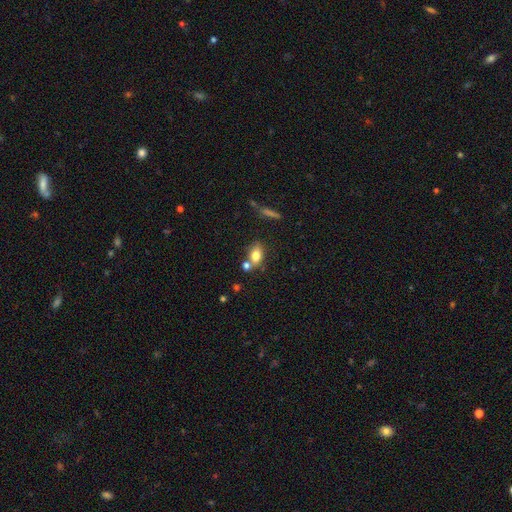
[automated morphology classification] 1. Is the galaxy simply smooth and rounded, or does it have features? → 77% smooth, 14% featured or disk, 9% star or artifact.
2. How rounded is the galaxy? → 79% in between, 17% round, 4% cigar-shaped.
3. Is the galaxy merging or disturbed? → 55% none, 27% merger, 13% minor disturbance, 4% major disturbance.